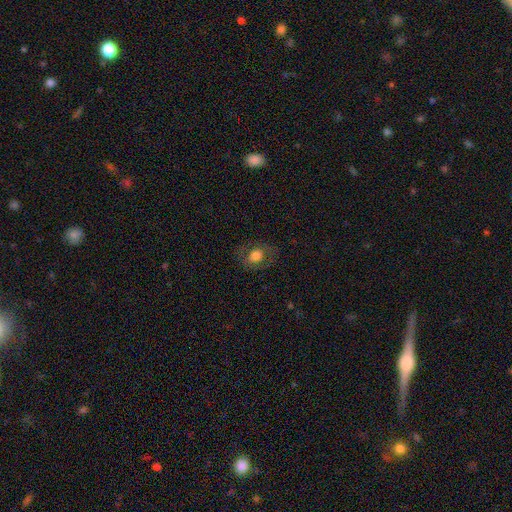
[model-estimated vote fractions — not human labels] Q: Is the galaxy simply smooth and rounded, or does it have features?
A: smooth — 69%.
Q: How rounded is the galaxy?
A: in between — 52%.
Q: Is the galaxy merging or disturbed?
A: none — 78%.